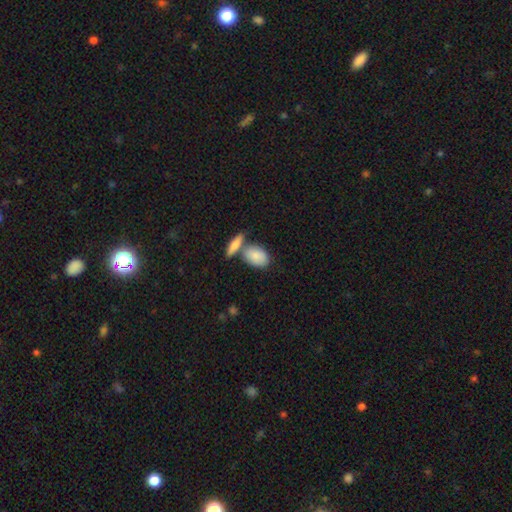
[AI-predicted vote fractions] Smooth or featured? Predicted: smooth (p=0.84). How rounded? Predicted: in between (p=0.86). Merging? Predicted: none (p=0.49).